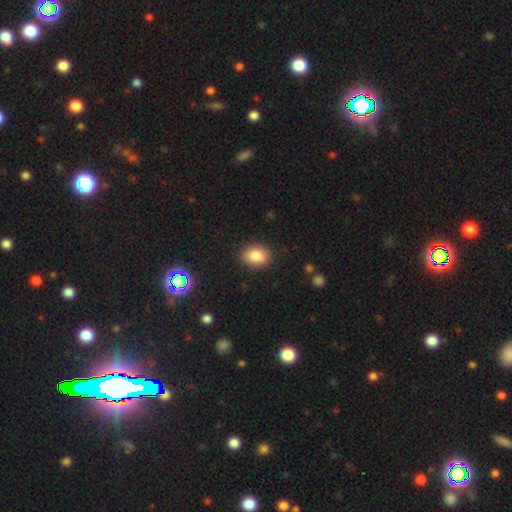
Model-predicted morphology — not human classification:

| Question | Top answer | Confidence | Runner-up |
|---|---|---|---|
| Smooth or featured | smooth | 85% | star or artifact (9%) |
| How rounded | in between | 76% | round (23%) |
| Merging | none | 86% | minor disturbance (10%) |